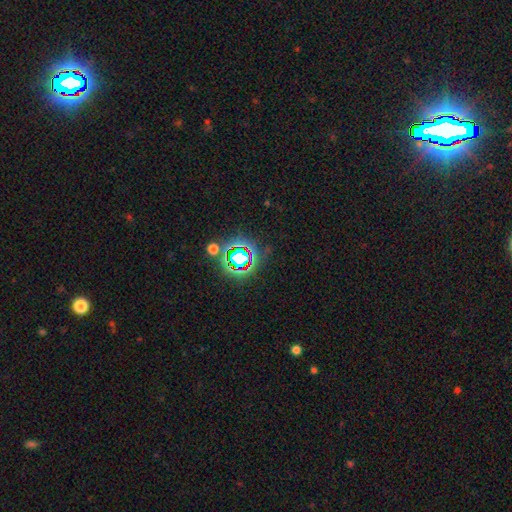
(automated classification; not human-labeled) Smooth or featured? star or artifact (78%)